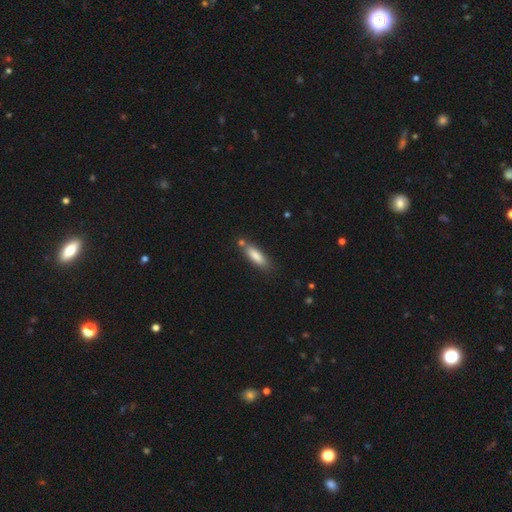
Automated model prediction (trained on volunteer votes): Smooth or featured? smooth (82%)
How rounded? cigar-shaped (57%)
Merging? none (73%)